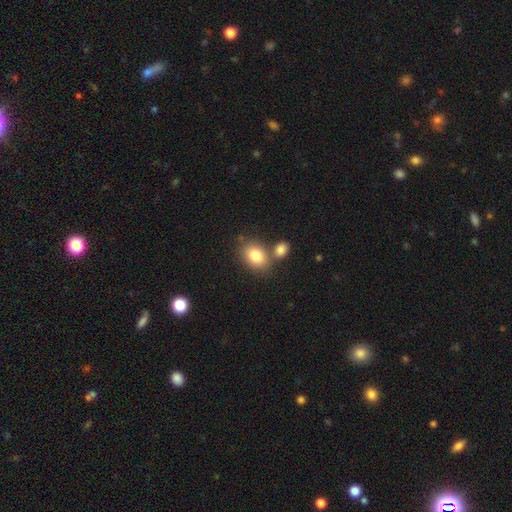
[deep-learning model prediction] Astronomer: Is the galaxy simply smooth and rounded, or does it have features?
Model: smooth — 82%.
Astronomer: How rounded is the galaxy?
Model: in between — 73%.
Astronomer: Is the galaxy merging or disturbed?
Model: none — 58%.